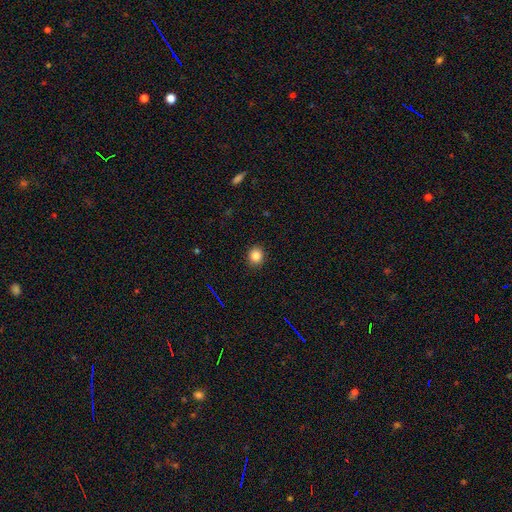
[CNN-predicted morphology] The model was most divided on "how rounded": round: 85%, in between: 14%, cigar-shaped: 1%. More confident: merging — none (91%); smooth or featured — smooth (85%).